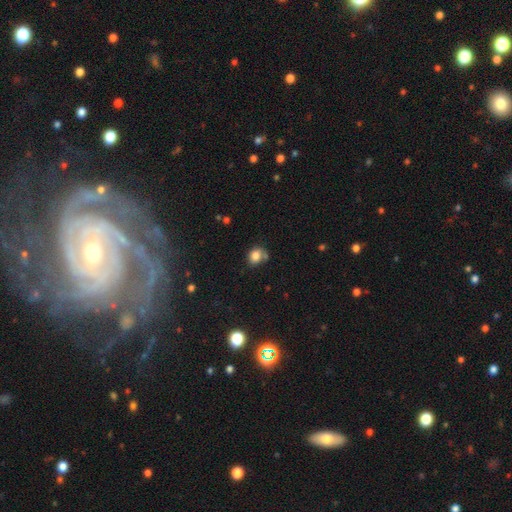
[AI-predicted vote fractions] Morphology: type=smooth (81%); roundness=round (53%); merging=none (57%).